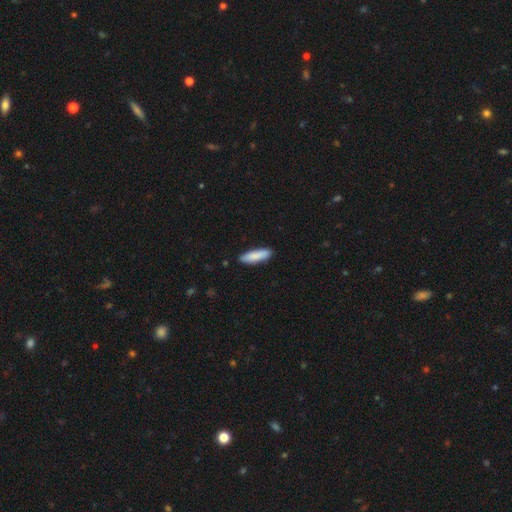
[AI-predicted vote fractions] Overall: smooth (87%). How rounded: cigar-shaped (69%; in between 30%). Merging: none (89%).